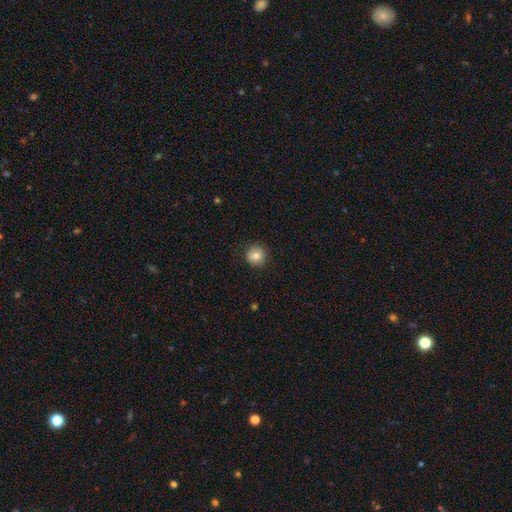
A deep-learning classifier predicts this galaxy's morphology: A smooth galaxy with no disk features (82%) that is round (93%). Merging: none (89%).